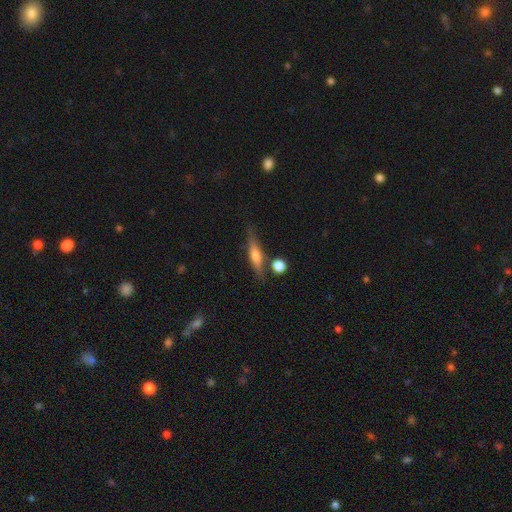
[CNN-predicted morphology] smooth-or-featured: smooth: 47% | featured or disk: 46% | star or artifact: 7%
  merging: none: 74% | minor disturbance: 14% | merger: 9% | major disturbance: 4%